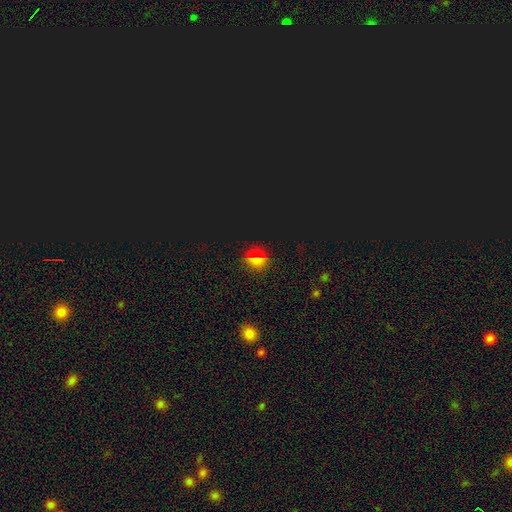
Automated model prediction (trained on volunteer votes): Morphology: type=star or artifact (49%).